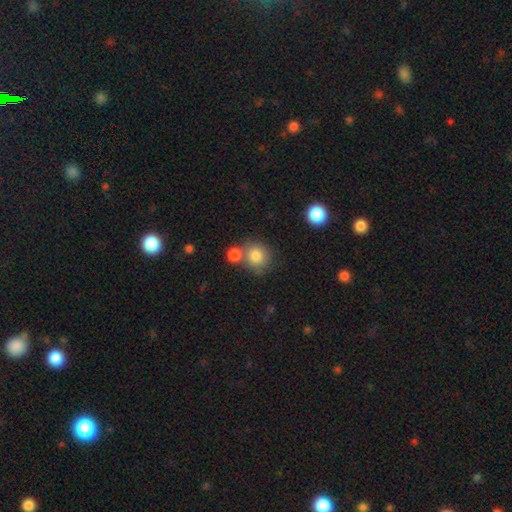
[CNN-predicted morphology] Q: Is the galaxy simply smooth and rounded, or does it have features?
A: smooth — 81%.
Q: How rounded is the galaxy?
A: round — 84%.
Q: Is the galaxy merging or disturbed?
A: none — 52%.